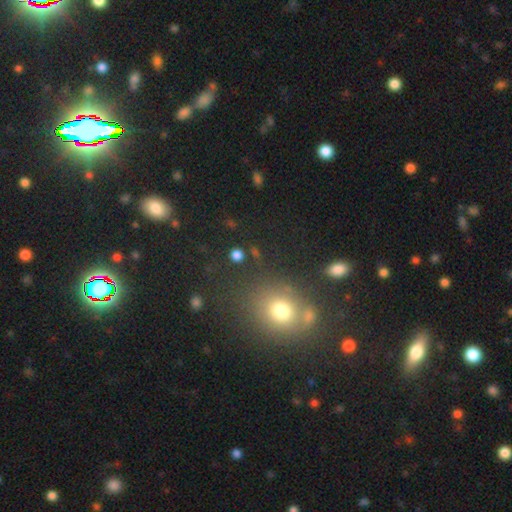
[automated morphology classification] This appears to be a smooth galaxy with no disk features (54%) that is round (72%). Merging: none (76%).